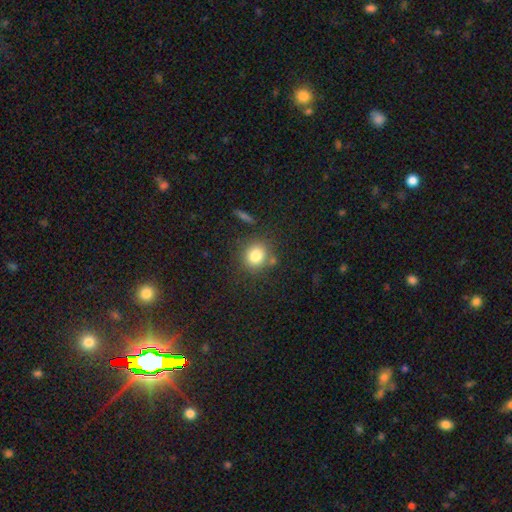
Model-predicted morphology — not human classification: Smooth or featured? Predicted: smooth (p=0.81). How rounded? Predicted: round (p=0.85). Merging? Predicted: none (p=0.78).